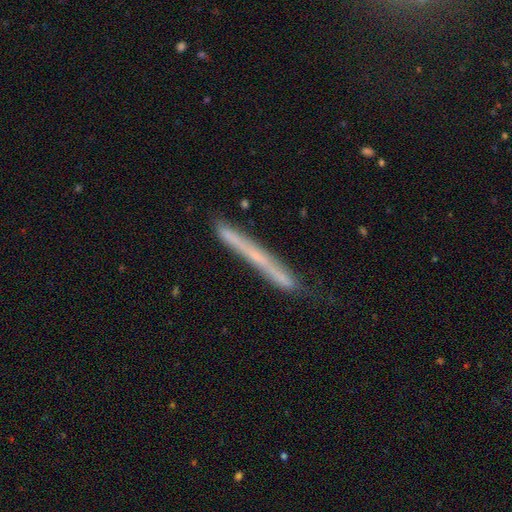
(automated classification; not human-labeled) smooth-or-featured: featured or disk: 47% | smooth: 45% | star or artifact: 8%
  merging: none: 74% | minor disturbance: 19% | major disturbance: 4% | merger: 3%